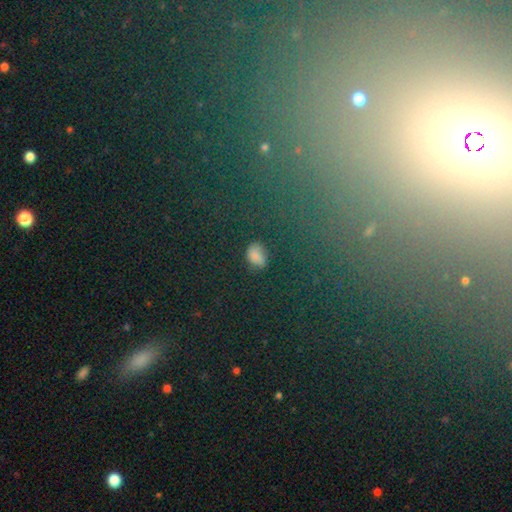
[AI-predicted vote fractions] Smooth or featured? smooth (73%)
How rounded? in between (75%)
Merging? none (73%)